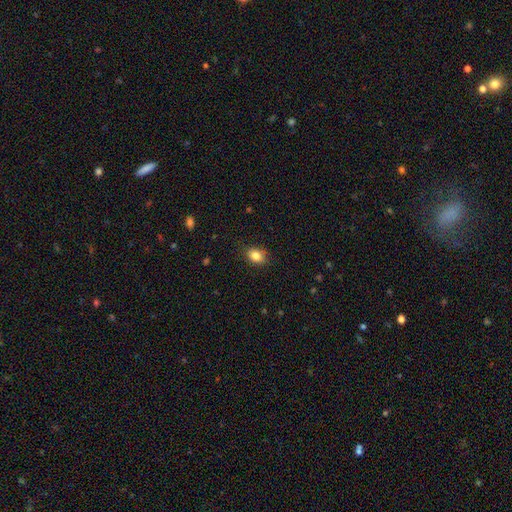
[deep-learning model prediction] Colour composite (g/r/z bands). It shows a smooth galaxy with no disk features (84%) that is in between round and cigar-shaped (69%). Merging: none (84%).